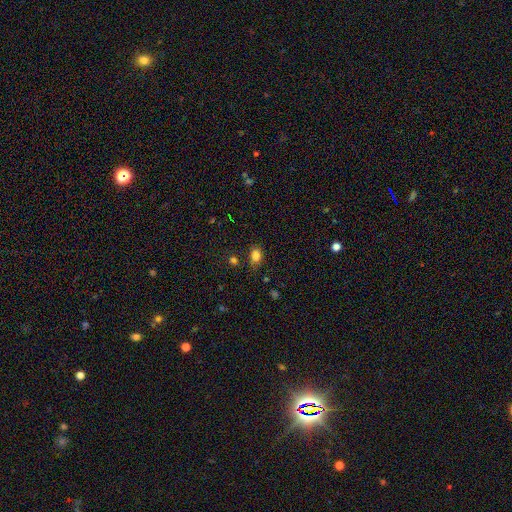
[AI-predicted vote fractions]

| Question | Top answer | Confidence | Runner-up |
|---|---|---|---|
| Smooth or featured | smooth | 81% | star or artifact (13%) |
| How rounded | in between | 70% | round (29%) |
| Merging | none | 73% | minor disturbance (18%) |